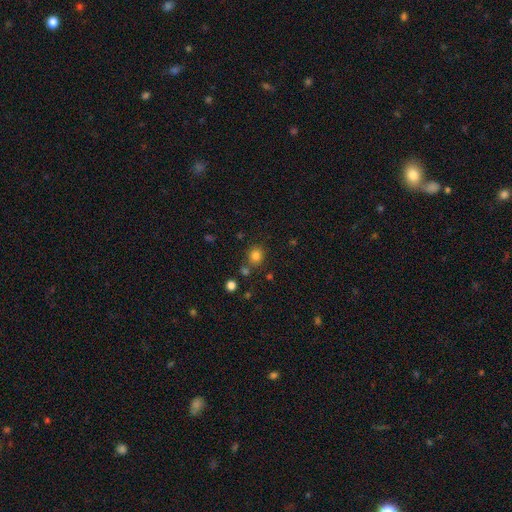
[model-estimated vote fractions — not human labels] The model was most divided on "how rounded": round: 81%, in between: 18%, cigar-shaped: 1%. More confident: smooth or featured — smooth (81%); merging — none (77%).